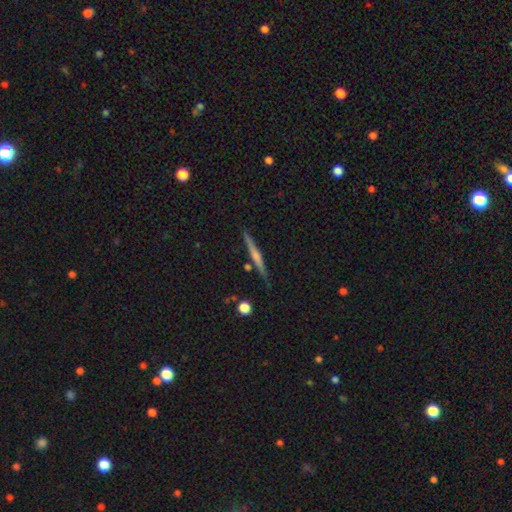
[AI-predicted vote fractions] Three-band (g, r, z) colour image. It shows a featured or disk galaxy (70%) viewed edge-on (98%) with a rounded central bulge (60%). Merging: none (90%).